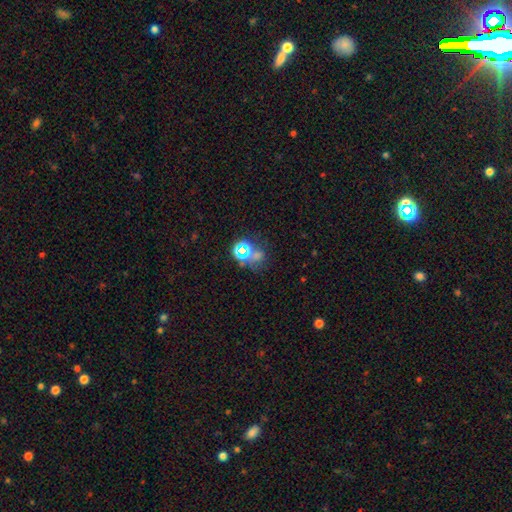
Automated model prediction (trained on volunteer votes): star or artifact 48%, smooth 35%, featured or disk 16%.